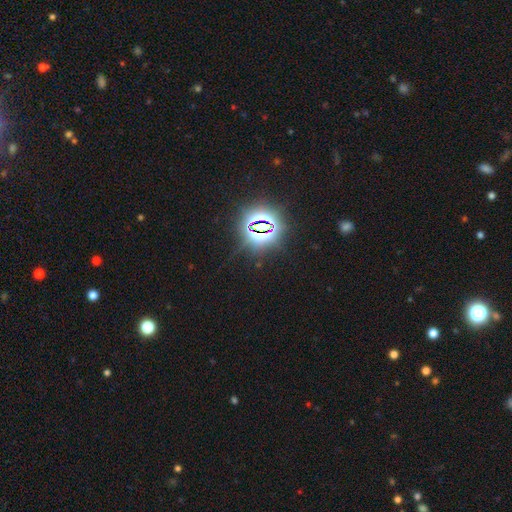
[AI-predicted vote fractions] Smooth or featured? star or artifact (81%)